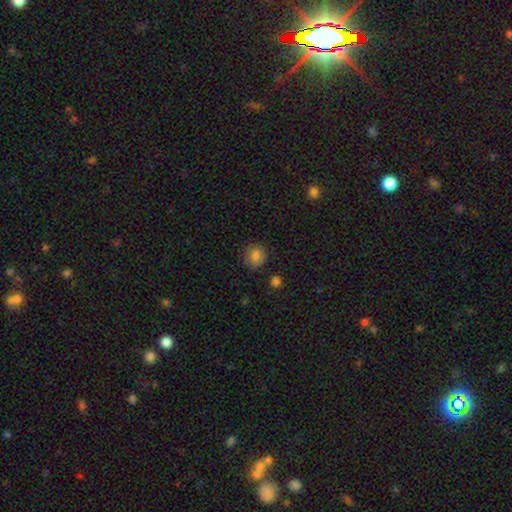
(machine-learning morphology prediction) smooth 83%, star or artifact 11%, featured or disk 6%. Down the decision tree: how rounded — round (83%); merging — none (81%).